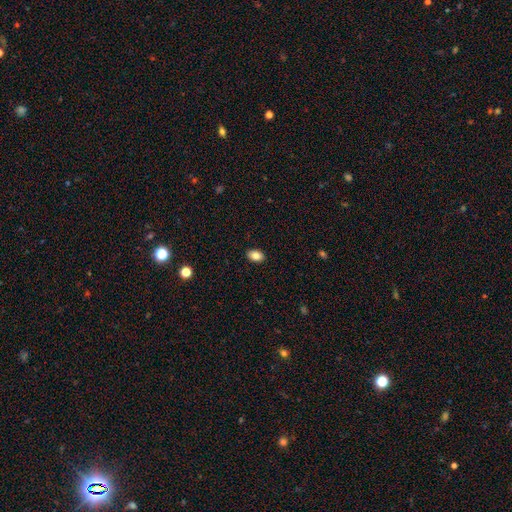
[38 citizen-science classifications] Morphology: type=smooth (89%); roundness=in between (97%); merging=none (97%).